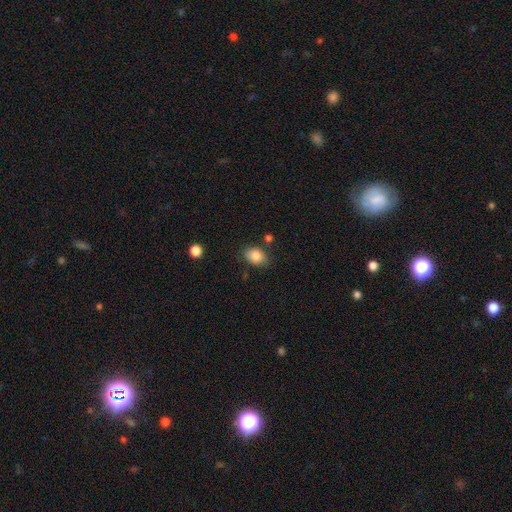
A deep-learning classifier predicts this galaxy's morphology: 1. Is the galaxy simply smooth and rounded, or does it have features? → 84% smooth, 8% star or artifact, 7% featured or disk.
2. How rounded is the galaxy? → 78% in between, 21% round, 1% cigar-shaped.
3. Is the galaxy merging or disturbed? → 75% none, 17% minor disturbance, 4% merger, 4% major disturbance.